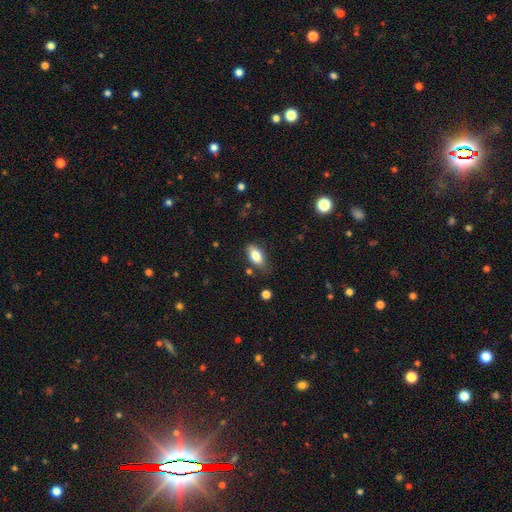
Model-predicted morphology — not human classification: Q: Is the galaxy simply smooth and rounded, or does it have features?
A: smooth — 81%.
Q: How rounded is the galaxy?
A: in between — 90%.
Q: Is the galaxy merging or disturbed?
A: none — 70%.